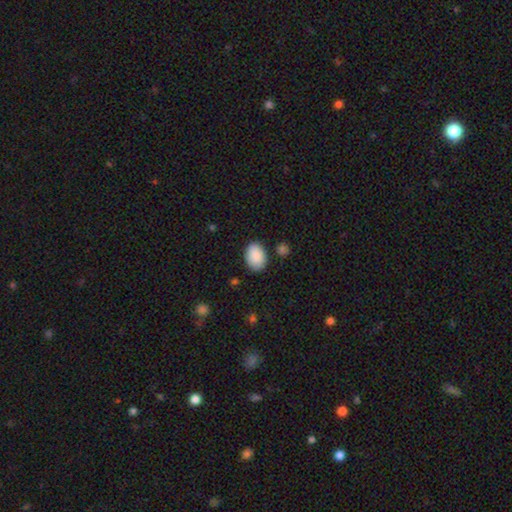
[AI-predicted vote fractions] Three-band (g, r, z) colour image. It shows a smooth galaxy with no disk features (90%) that is in between round and cigar-shaped (86%). Merging: none (82%).